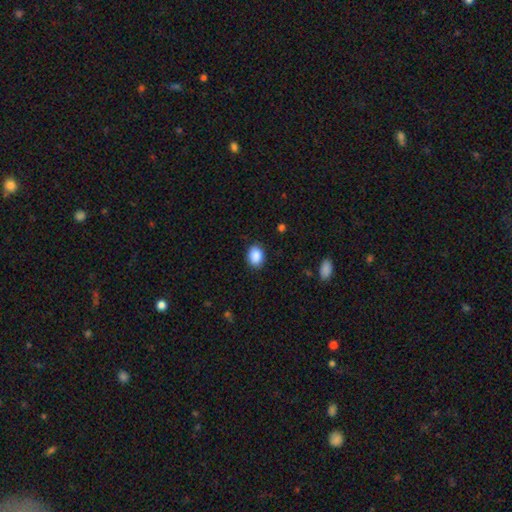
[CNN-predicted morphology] A smooth galaxy with no disk features (89%) that is in between round and cigar-shaped (69%). Merging: none (87%).